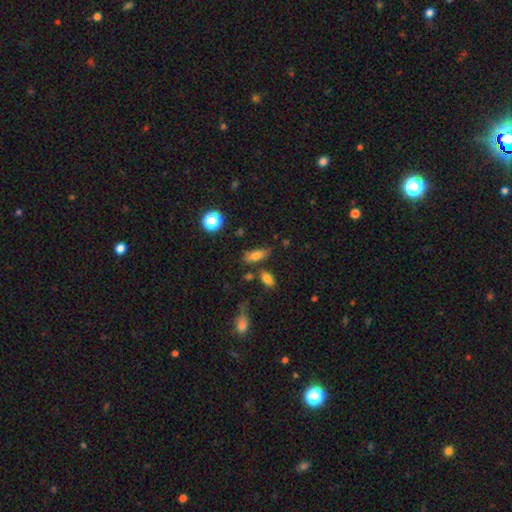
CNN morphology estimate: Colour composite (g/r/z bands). It shows a smooth galaxy with no disk features (75%) that is in between round and cigar-shaped (77%). Merging: none (68%).